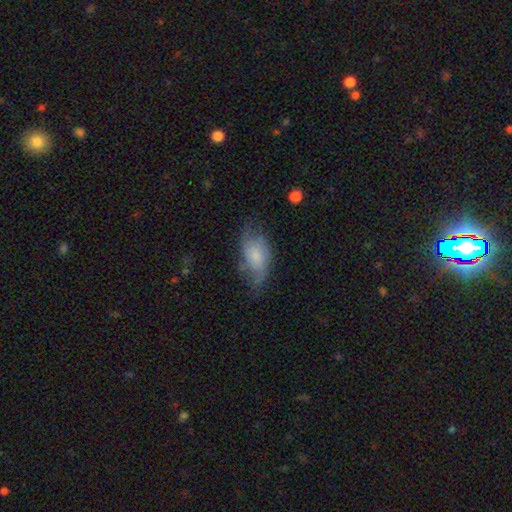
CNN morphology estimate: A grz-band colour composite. It shows a smooth galaxy with no disk features (49%). Merging: none (49%).